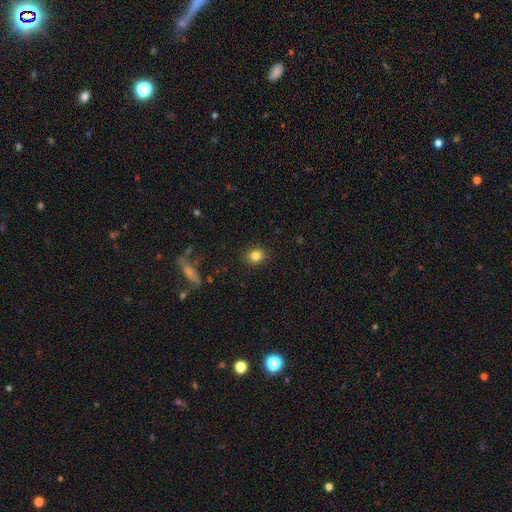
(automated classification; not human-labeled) Overall: smooth (84%). How rounded: round (65%; in between 34%). Merging: none (89%).